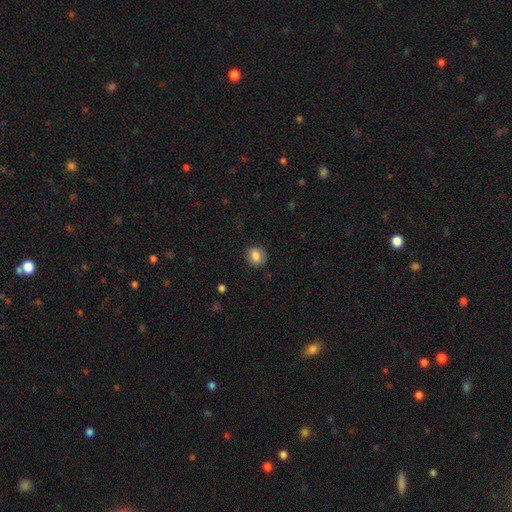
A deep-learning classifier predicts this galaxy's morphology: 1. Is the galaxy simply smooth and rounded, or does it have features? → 79% smooth, 12% featured or disk, 9% star or artifact.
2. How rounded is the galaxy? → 72% round, 27% in between, 1% cigar-shaped.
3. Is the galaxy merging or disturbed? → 84% none, 12% minor disturbance, 4% major disturbance, 1% merger.